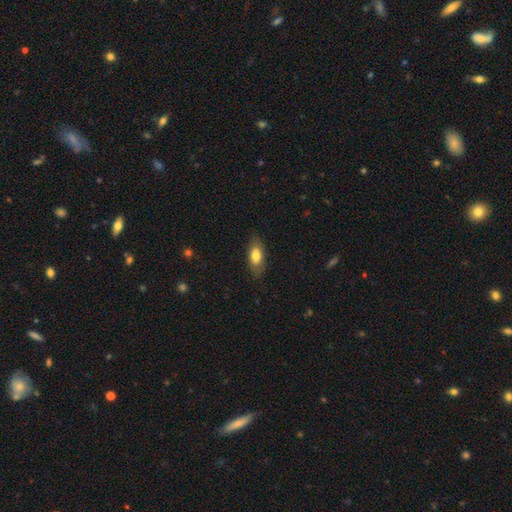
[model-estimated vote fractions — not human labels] Q: Smooth or featured?
A: smooth (74%); runner-up: featured or disk (19%)
Q: How rounded?
A: in between (86%); runner-up: cigar-shaped (10%)
Q: Merging?
A: none (80%); runner-up: minor disturbance (15%)